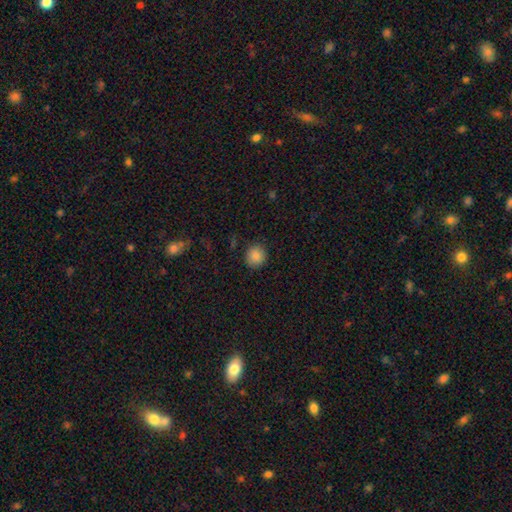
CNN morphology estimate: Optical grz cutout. It shows a smooth galaxy with no disk features (87%) that is round (87%). Merging: none (88%).